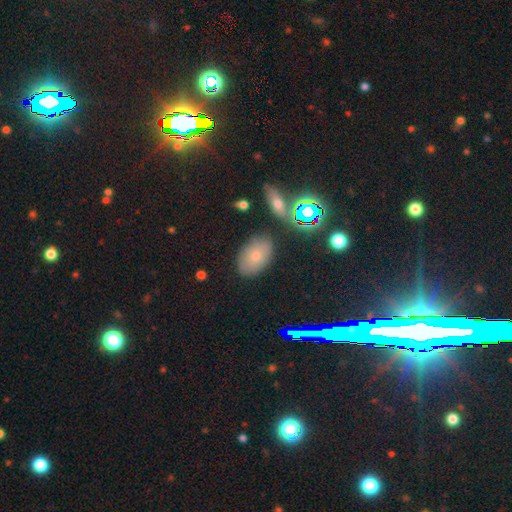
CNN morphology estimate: Smooth or featured? smooth (69%)
How rounded? in between (89%)
Merging? none (82%)